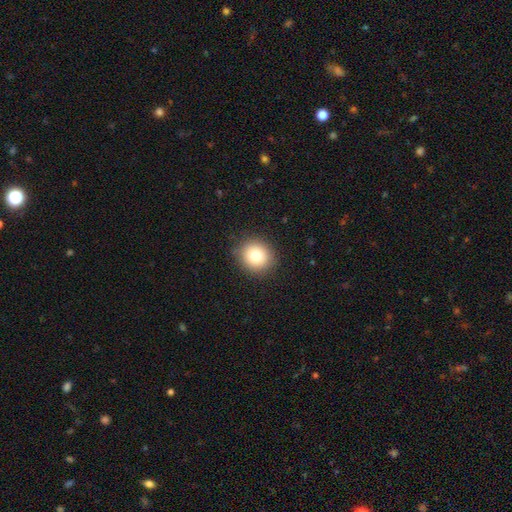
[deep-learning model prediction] Overall: smooth (79%). How rounded: round (87%). Merging: none (88%).